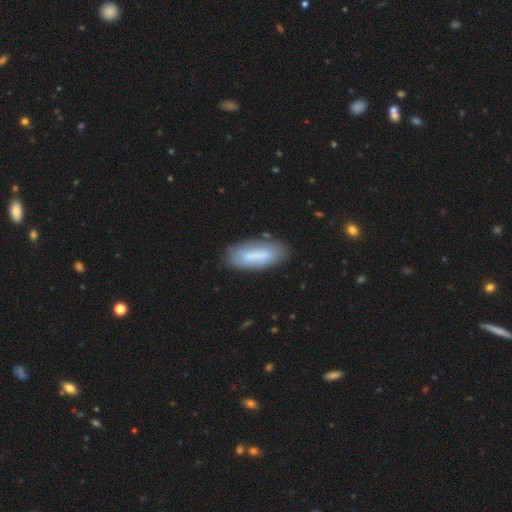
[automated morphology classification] Q: Smooth or featured?
A: smooth (69%); runner-up: featured or disk (24%)
Q: How rounded?
A: in between (71%); runner-up: cigar-shaped (27%)
Q: Merging?
A: none (74%); runner-up: minor disturbance (18%)